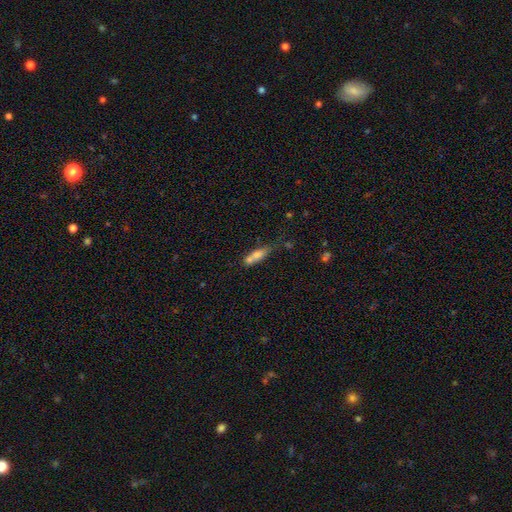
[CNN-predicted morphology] smooth 68%, featured or disk 22%, star or artifact 10%. Down the decision tree: how rounded — in between (56%); merging — merger (46%).